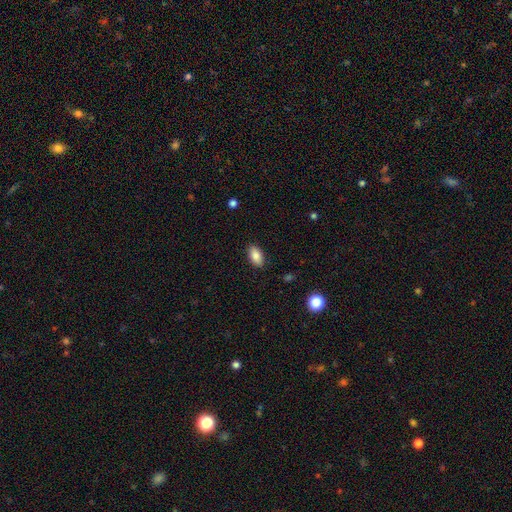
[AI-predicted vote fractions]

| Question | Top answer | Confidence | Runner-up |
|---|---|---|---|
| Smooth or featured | smooth | 86% | star or artifact (7%) |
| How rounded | in between | 92% | round (4%) |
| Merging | none | 88% | minor disturbance (9%) |